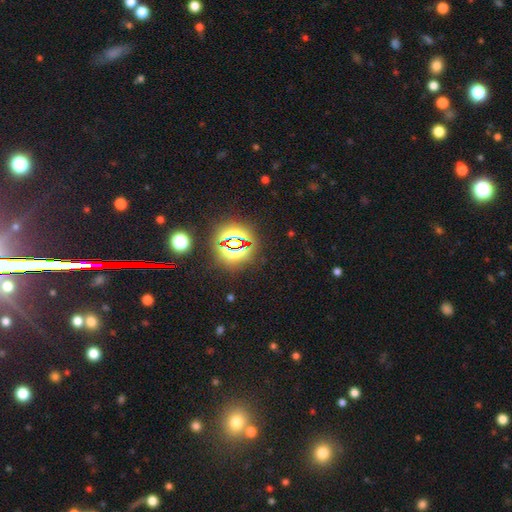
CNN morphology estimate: smooth-or-featured: star or artifact: 81% | smooth: 11% | featured or disk: 8%